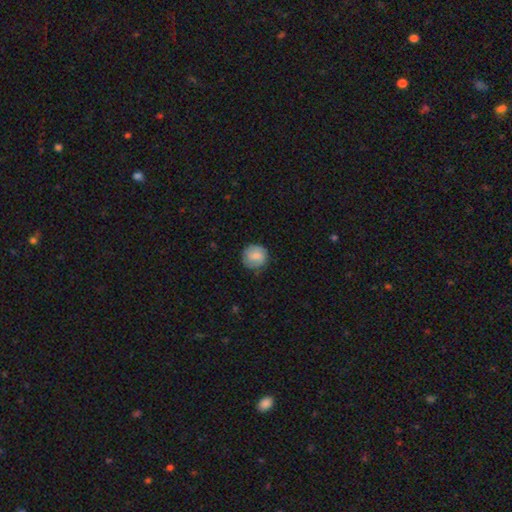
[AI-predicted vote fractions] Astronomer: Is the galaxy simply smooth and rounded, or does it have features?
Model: smooth — 61%.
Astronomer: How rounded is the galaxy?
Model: round — 89%.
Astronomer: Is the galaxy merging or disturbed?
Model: none — 76%.